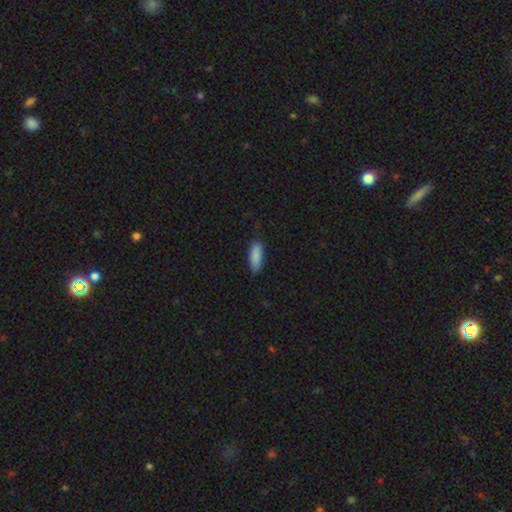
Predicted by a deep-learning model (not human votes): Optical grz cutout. It shows a smooth galaxy with no disk features (87%) that is in between round and cigar-shaped (72%). Merging: none (77%).